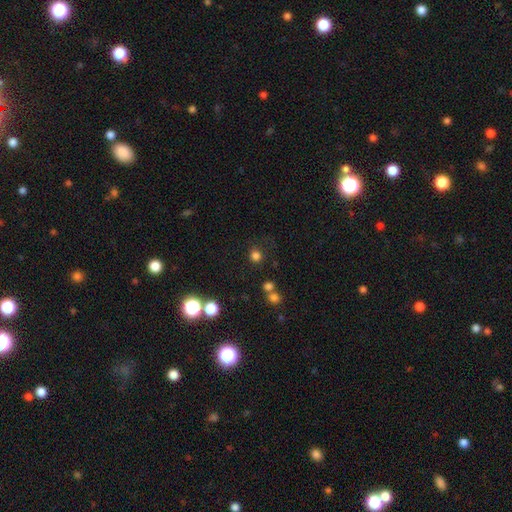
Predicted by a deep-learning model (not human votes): Morphology: type=smooth (76%); roundness=round (88%); merging=none (78%).